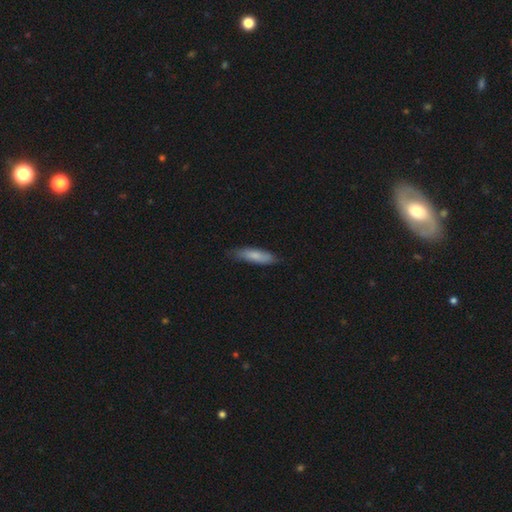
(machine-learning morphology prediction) Smooth or featured? Predicted: smooth (p=0.79). How rounded? Predicted: cigar-shaped (p=0.63). Merging? Predicted: none (p=0.78).